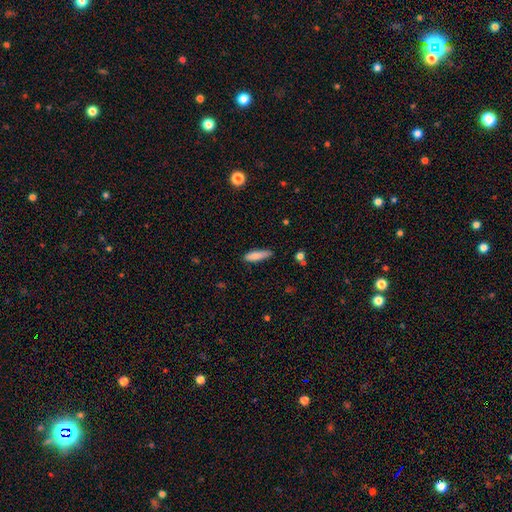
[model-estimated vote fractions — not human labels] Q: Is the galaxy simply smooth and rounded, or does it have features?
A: smooth — 84%.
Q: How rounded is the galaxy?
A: cigar-shaped — 67%.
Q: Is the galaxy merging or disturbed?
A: none — 77%.